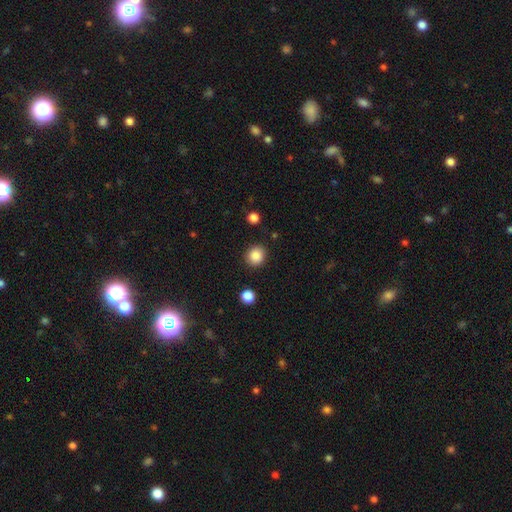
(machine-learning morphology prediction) smooth-or-featured: smooth: 86% | star or artifact: 10% | featured or disk: 4%
  how-rounded: round: 85% | in between: 14% | cigar-shaped: 1%
  merging: none: 88% | minor disturbance: 7% | major disturbance: 2% | merger: 2%